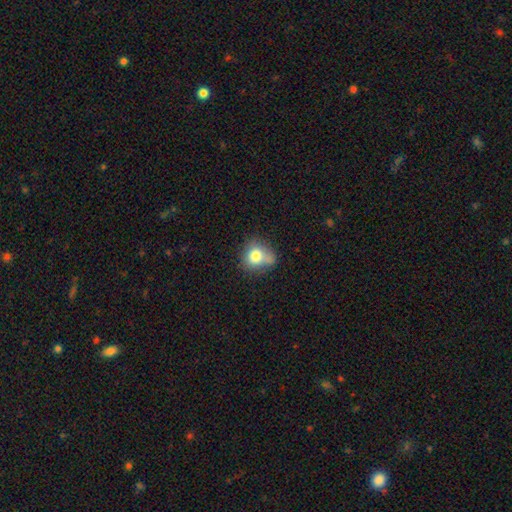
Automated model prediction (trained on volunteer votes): smooth 77%, featured or disk 13%, star or artifact 10%. Down the decision tree: how rounded — round (65%); merging — none (44%).